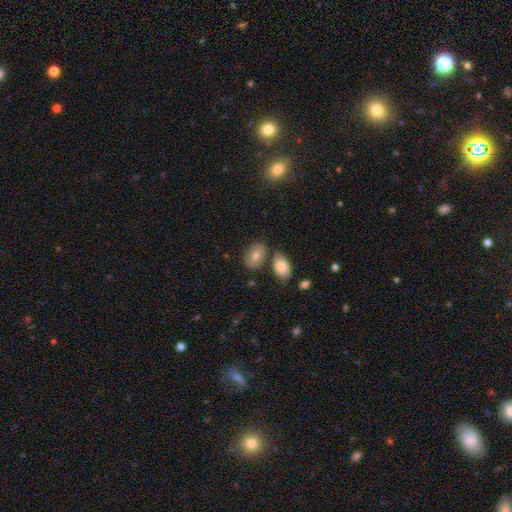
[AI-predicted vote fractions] This is likely a smooth galaxy (75%). How rounded: clearly in between (86%). Merging: likely none (64%).